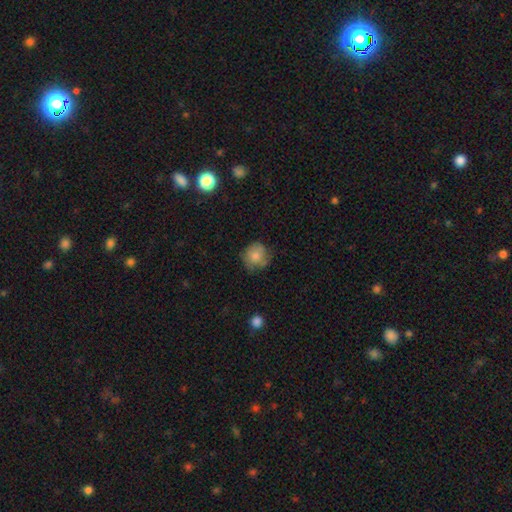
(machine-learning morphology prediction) Smooth or featured? Predicted: smooth (p=0.73). How rounded? Predicted: round (p=0.83). Merging? Predicted: none (p=0.63).